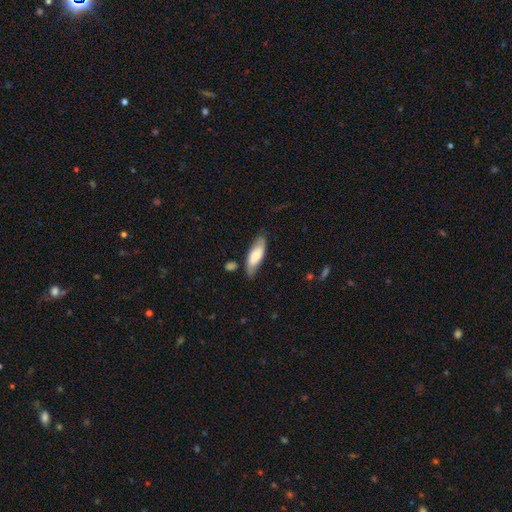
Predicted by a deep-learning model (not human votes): Smooth or featured: smooth — 71% (featured or disk — 23%)
How rounded: in between — 64% (cigar-shaped — 34%)
Merging: none — 70% (minor disturbance — 22%)